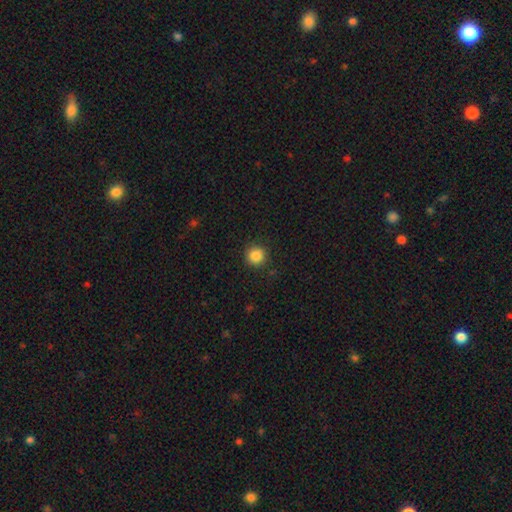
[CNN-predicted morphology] The model was most divided on "smooth or featured": smooth: 86%, star or artifact: 11%, featured or disk: 4%. More confident: how rounded — round (94%); merging — none (90%).